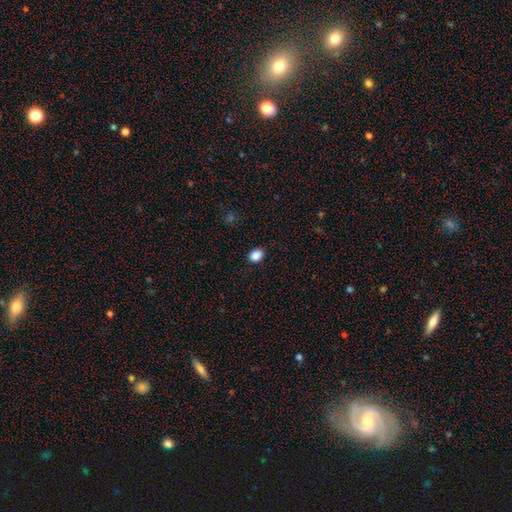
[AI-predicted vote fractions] The model was most divided on "how rounded": round: 54%, in between: 45%, cigar-shaped: 1%. More confident: merging — none (90%); smooth or featured — smooth (87%).